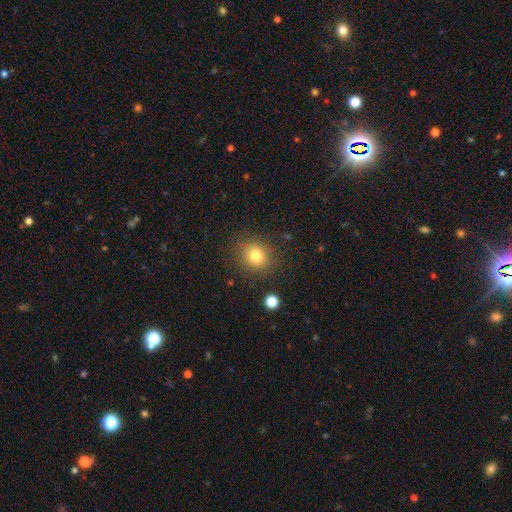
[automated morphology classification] smooth 80%, star or artifact 13%, featured or disk 8%. Down the decision tree: how rounded — round (81%); merging — none (86%).